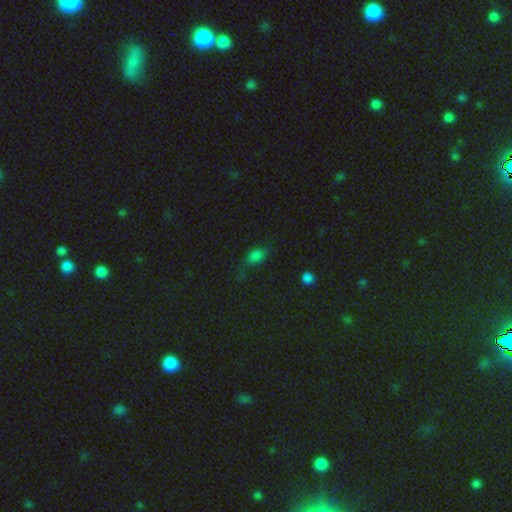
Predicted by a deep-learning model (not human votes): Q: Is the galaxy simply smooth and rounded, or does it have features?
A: smooth — 74%.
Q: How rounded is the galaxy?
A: in between — 86%.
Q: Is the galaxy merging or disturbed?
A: none — 61%.